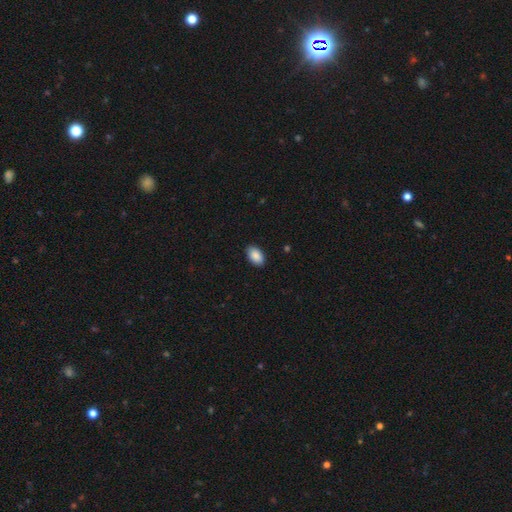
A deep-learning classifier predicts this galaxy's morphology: smooth 90%, star or artifact 7%, featured or disk 4%. Down the decision tree: how rounded — in between (93%); merging — none (89%).